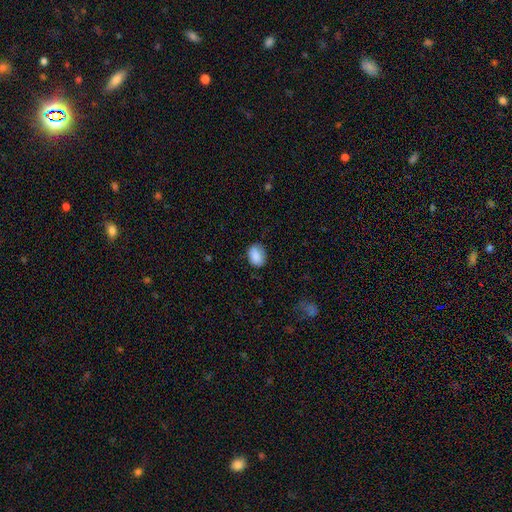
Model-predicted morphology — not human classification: type=smooth (86%); roundness=in between (71%); merging=none (73%).